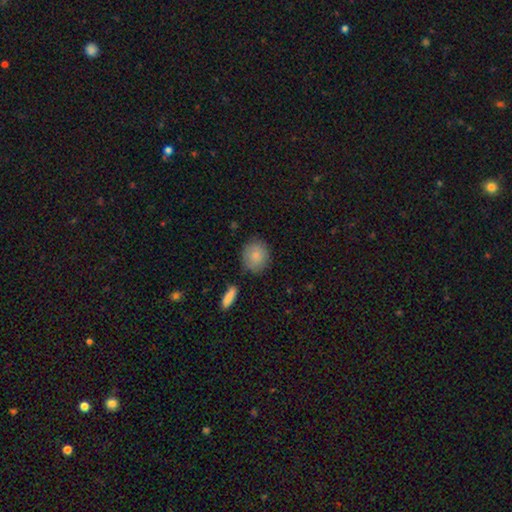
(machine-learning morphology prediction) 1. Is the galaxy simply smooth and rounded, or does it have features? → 85% smooth, 8% featured or disk, 7% star or artifact.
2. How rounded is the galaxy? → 76% round, 23% in between, 1% cigar-shaped.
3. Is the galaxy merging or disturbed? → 81% none, 13% minor disturbance, 3% major disturbance, 3% merger.